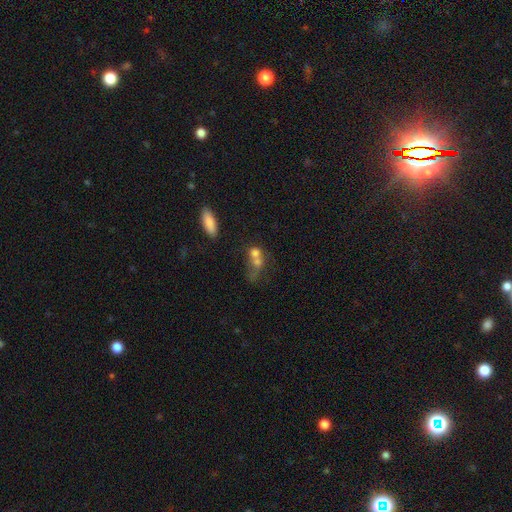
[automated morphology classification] A smooth galaxy with no disk features (65%) that is round (51%).

Vote fractions:
- Smooth or featured? smooth: 65% / featured or disk: 23% / star or artifact: 12%
- How rounded? round: 51% / in between: 44% / cigar-shaped: 5%
- Merging? merger: 62% / none: 22% / minor disturbance: 9% / major disturbance: 8%